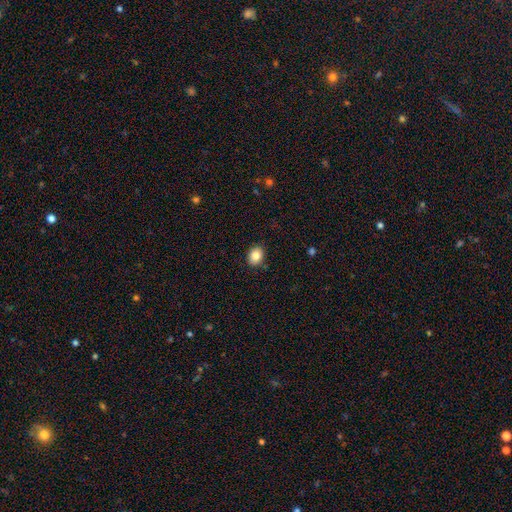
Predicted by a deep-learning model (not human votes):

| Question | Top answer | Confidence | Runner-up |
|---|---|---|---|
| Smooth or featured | smooth | 85% | star or artifact (9%) |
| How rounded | in between | 55% | round (44%) |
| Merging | none | 88% | minor disturbance (8%) |